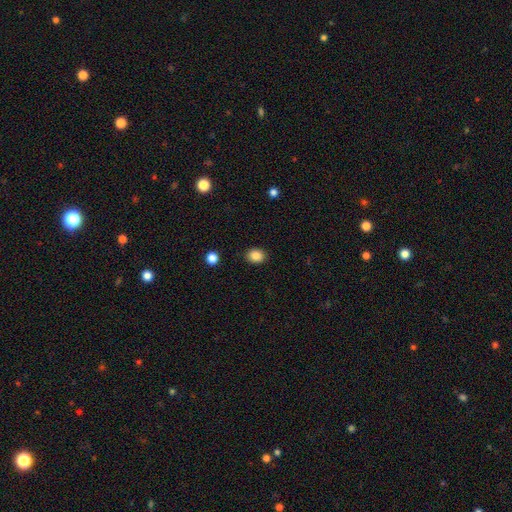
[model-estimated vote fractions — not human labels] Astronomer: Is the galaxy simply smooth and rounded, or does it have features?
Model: smooth — 87%.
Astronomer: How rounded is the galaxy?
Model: round — 52% (runner-up: in between, 47%).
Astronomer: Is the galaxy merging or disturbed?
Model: none — 88%.